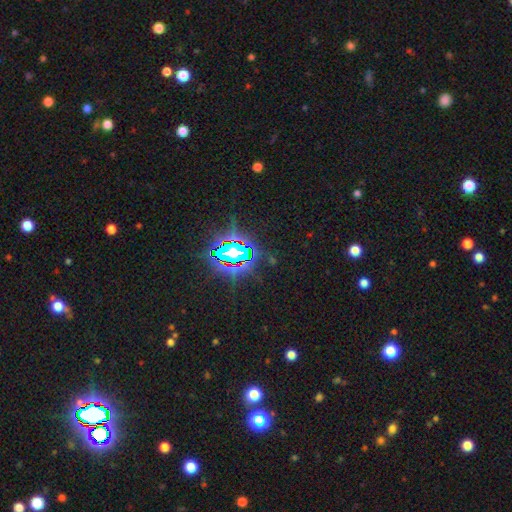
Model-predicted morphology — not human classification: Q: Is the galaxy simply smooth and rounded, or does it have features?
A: star or artifact — 81%.